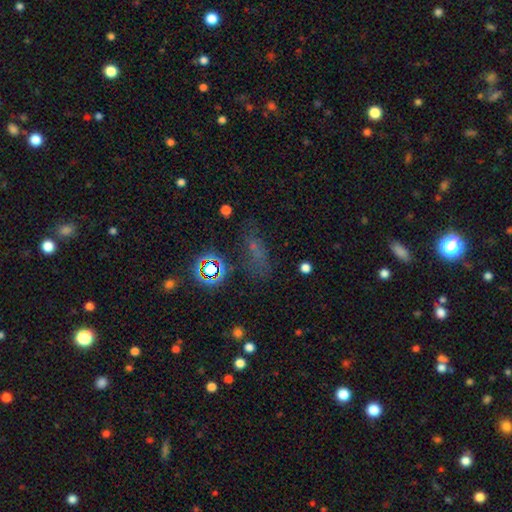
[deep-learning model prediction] This appears to be a star or artifact, not a galaxy (49%).